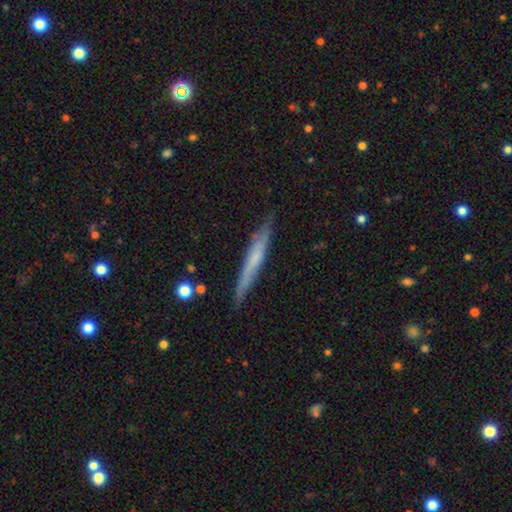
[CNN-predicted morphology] The model was most divided on "smooth or featured": smooth: 48%, featured or disk: 45%, star or artifact: 7%. More confident: merging — none (85%).